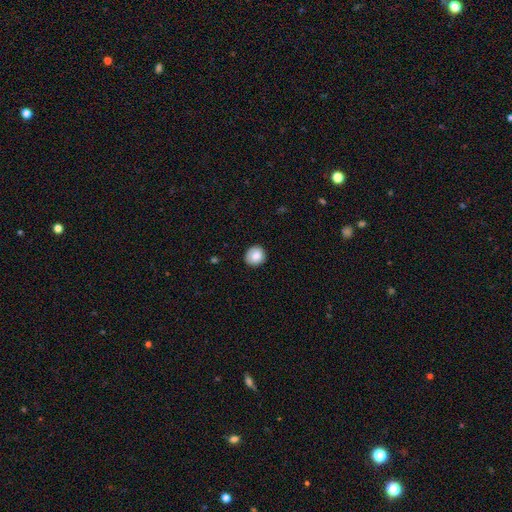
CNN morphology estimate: smooth-or-featured: smooth: 85% | star or artifact: 8% | featured or disk: 7%
  how-rounded: round: 87% | in between: 12% | cigar-shaped: 1%
  merging: none: 86% | minor disturbance: 11% | major disturbance: 2% | merger: 1%